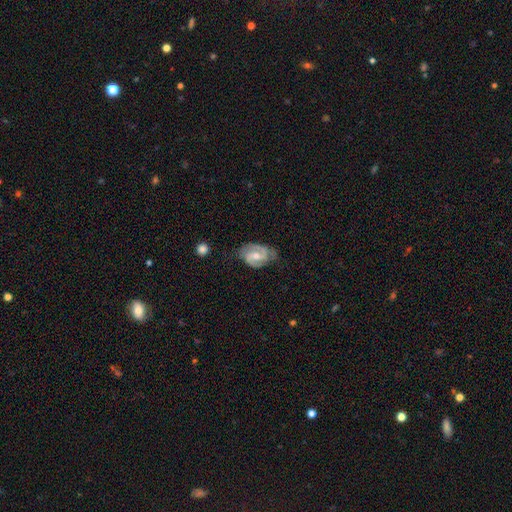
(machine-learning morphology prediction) A featured or disk galaxy (82%) with a weak bar (54%), 2 (87%) medium (50%) spiral arms (94%) and a moderate central bulge (56%).

Vote fractions:
- Smooth or featured? featured or disk: 82% / smooth: 13% / star or artifact: 5%
- Edge-on disk? no: 97% / yes: 3%
- Bar? weak: 54% / no: 25% / strong: 21%
- Spiral arms? yes: 94% / no: 6%
- Spiral winding? medium: 50% / tight: 34% / loose: 16%
- Spiral arm count? 2: 87% / can't tell: 6% / 1: 3% / 3: 2% / 4: 1% / more than 4: 1%
- Bulge size? moderate: 56% / small: 38% / none: 3% / large: 3% / dominant: 1%
- Merging? none: 61% / minor disturbance: 28% / major disturbance: 9% / merger: 2%